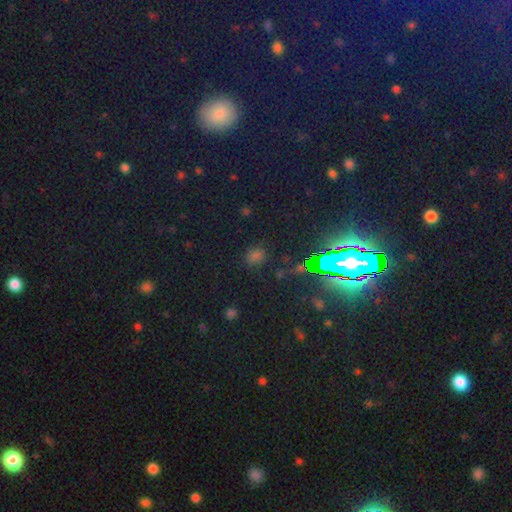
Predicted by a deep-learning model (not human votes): Smooth or featured?
  - star or artifact: 58% *
  - smooth: 34%
  - featured or disk: 8%